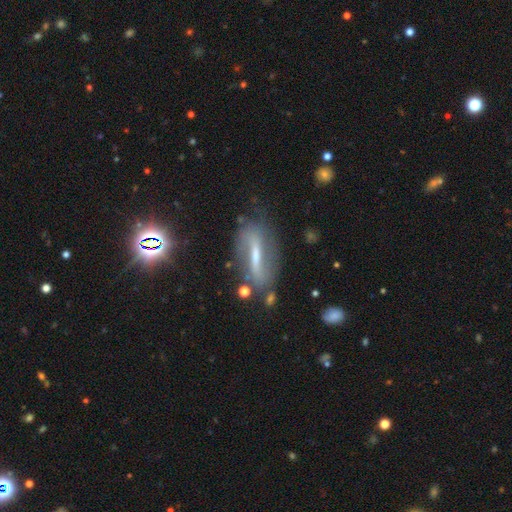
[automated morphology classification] A featured or disk galaxy (65%). Merging: none (64%).